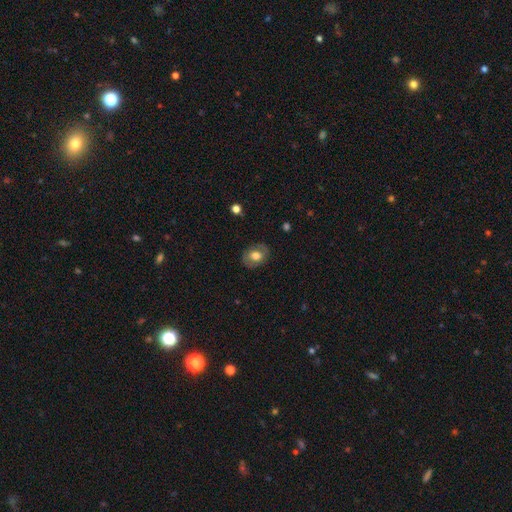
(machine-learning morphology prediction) A smooth galaxy with no disk features (64%) that is in between round and cigar-shaped (57%). Merging: none (81%).